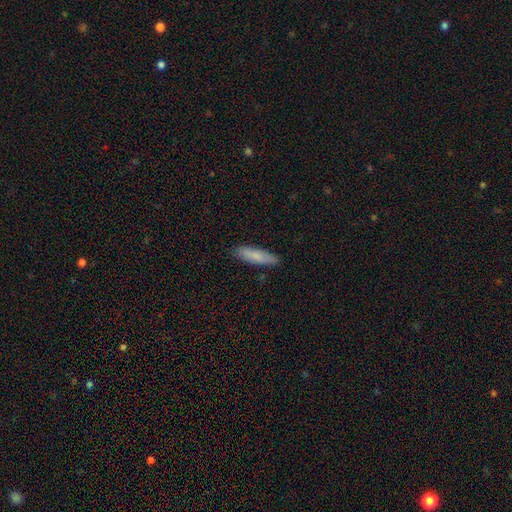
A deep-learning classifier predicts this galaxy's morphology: A smooth galaxy with no disk features (80%) that is cigar-shaped (73%).

Vote fractions:
- Smooth or featured? smooth: 80% / featured or disk: 14% / star or artifact: 6%
- How rounded? cigar-shaped: 73% / in between: 26% / round: 1%
- Merging? none: 87% / minor disturbance: 10% / major disturbance: 2% / merger: 1%